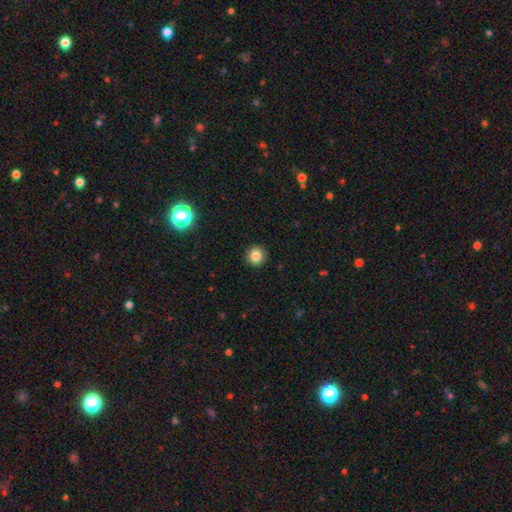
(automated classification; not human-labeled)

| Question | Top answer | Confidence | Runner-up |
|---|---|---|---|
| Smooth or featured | smooth | 84% | star or artifact (11%) |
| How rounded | round | 93% | in between (6%) |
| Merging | none | 92% | minor disturbance (6%) |